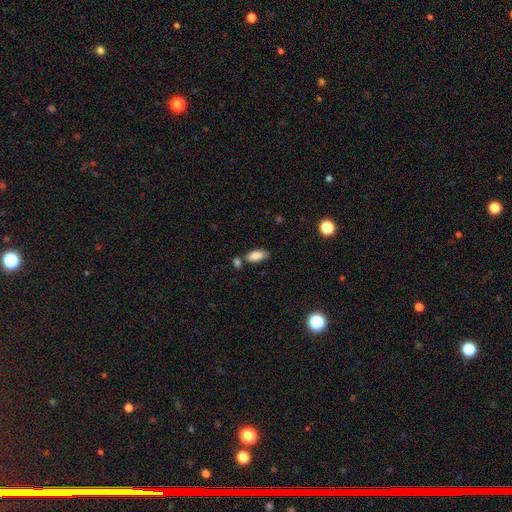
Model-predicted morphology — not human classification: This appears to be a smooth galaxy with no disk features (86%) that is in between round and cigar-shaped (90%). Merging: none (60%).